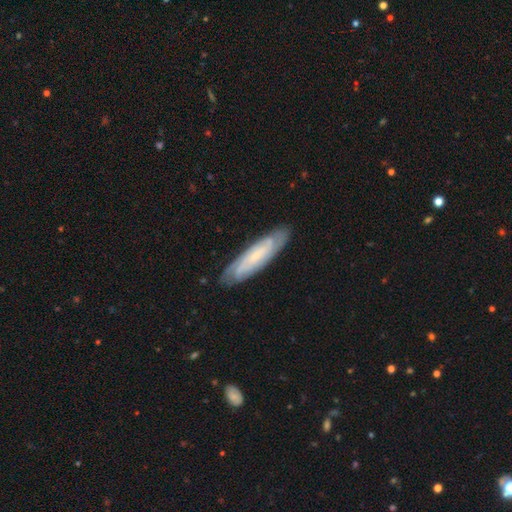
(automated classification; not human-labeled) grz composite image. It shows a featured or disk galaxy (65%). Merging: none (83%).